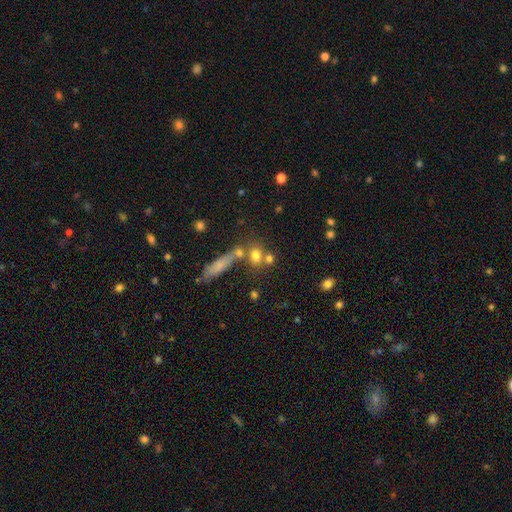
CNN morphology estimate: Overall: smooth (71%). How rounded: round (65%; in between 25%). Merging: none (58%; merger 26%).